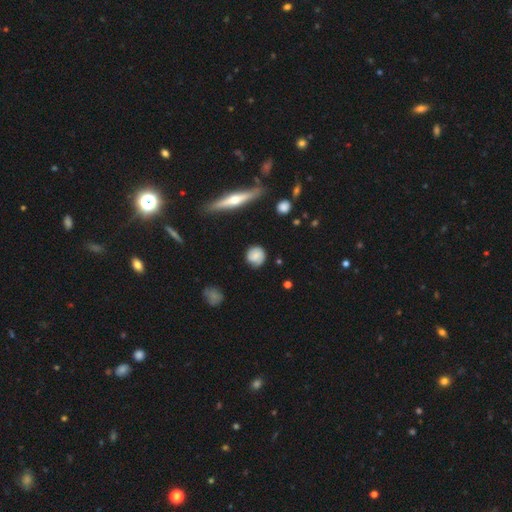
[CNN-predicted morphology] This is likely a smooth galaxy (64%). How rounded: clearly round (85%). Merging: likely none (75%).